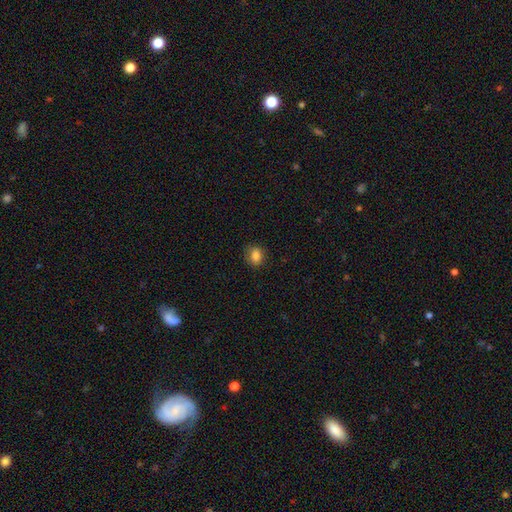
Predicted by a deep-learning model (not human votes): Morphology: type=smooth (84%); roundness=round (51%); merging=none (81%).